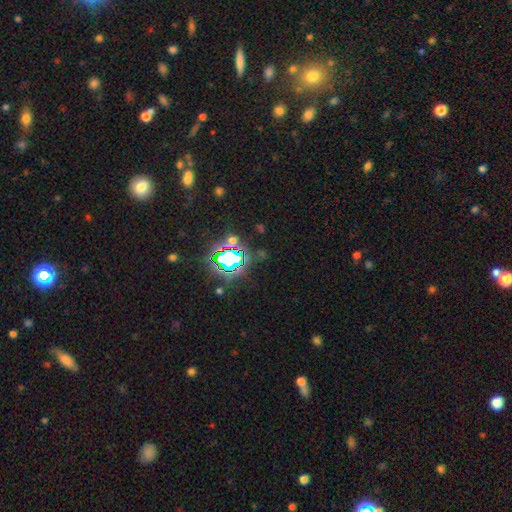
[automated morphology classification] Overall: star or artifact (79%).